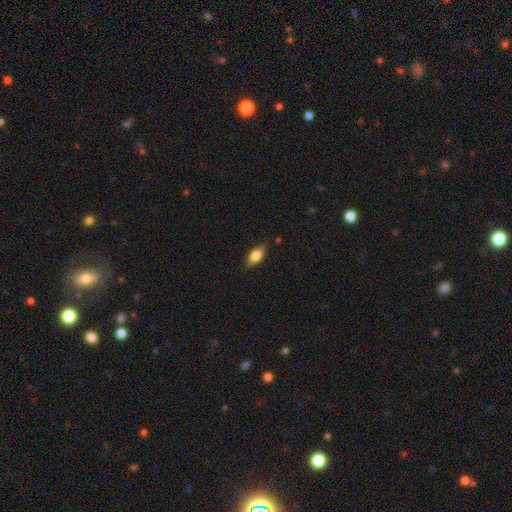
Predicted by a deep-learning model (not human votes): Smooth or featured: smooth — 74% (featured or disk — 19%)
How rounded: in between — 86% (cigar-shaped — 9%)
Merging: none — 83% (minor disturbance — 14%)